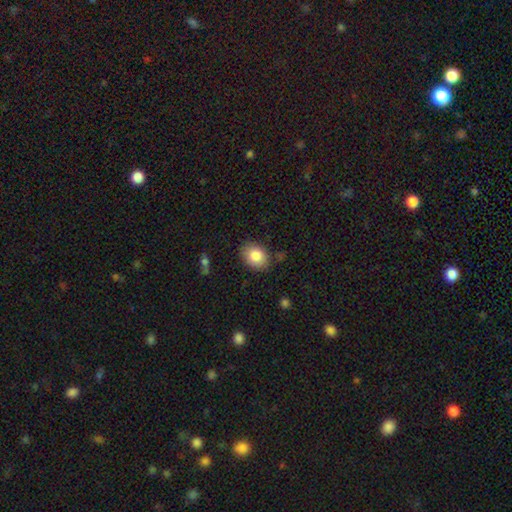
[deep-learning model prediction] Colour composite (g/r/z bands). It shows a smooth galaxy with no disk features (84%) that is in between round and cigar-shaped (71%). Merging: none (81%).